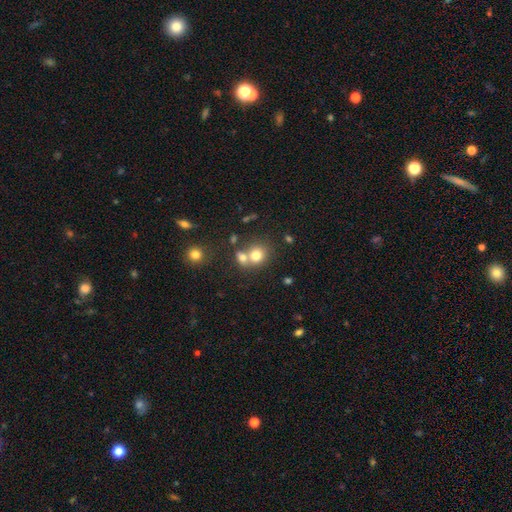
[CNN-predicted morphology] smooth_or_featured: smooth (p=0.75) [alt: featured or disk p=0.13]
how_rounded: round (p=0.74) [alt: in between p=0.25]
merging: merger (p=0.47) [alt: none p=0.42]